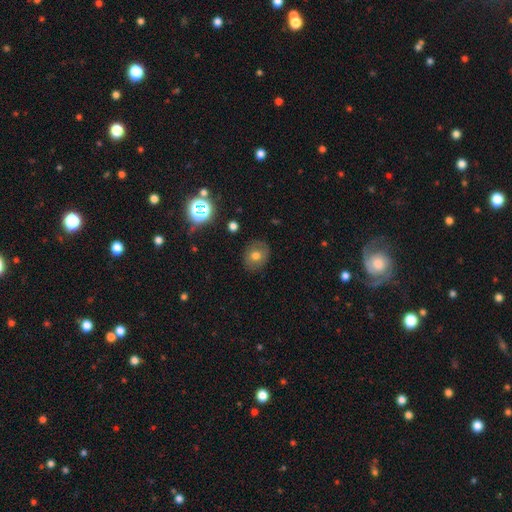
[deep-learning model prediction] A smooth galaxy with no disk features (67%) that is round (65%).

Vote fractions:
- Smooth or featured? smooth: 67% / featured or disk: 19% / star or artifact: 14%
- How rounded? round: 65% / in between: 34% / cigar-shaped: 1%
- Merging? none: 84% / minor disturbance: 12% / major disturbance: 3% / merger: 1%